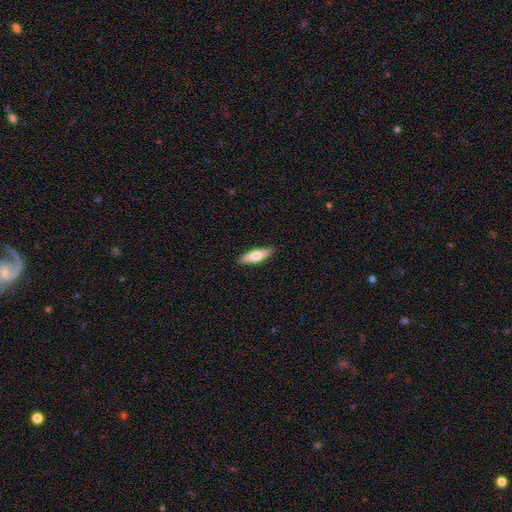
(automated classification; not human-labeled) smooth_or_featured: smooth (p=0.68) [alt: featured or disk p=0.27]
how_rounded: cigar-shaped (p=0.53) [alt: in between p=0.45]
merging: none (p=0.89) [alt: minor disturbance p=0.08]